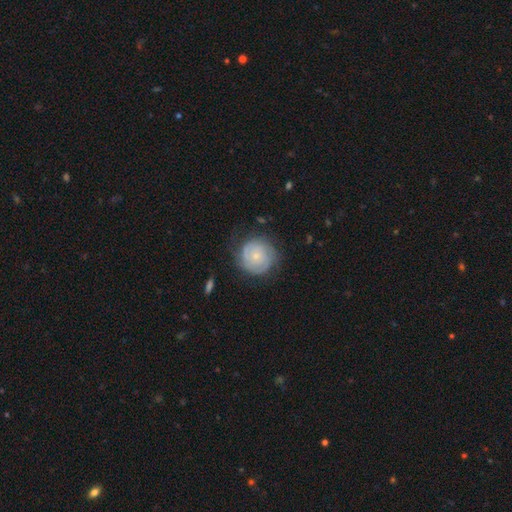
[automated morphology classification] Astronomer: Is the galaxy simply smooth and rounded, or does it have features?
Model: featured or disk — 61%.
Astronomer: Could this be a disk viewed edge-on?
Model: no — 98%.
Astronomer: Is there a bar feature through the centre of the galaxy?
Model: no — 80%.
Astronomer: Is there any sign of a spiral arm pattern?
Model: yes — 87%.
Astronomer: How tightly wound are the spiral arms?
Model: tight — 71%.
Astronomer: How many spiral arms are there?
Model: can't tell — 37% (runner-up: 2, 36%).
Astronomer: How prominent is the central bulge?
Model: small — 72%.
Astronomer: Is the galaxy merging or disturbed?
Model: none — 72%.